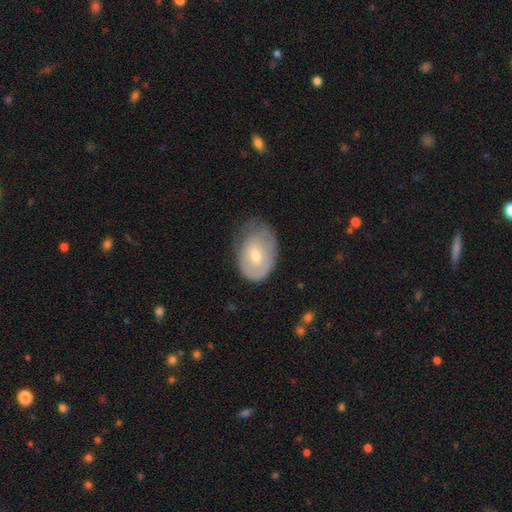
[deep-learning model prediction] This appears to be a smooth galaxy with no disk features (49%). Merging: none (45%).